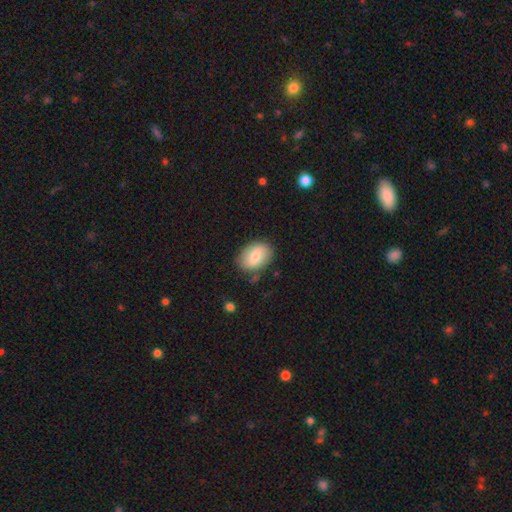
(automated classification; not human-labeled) smooth-or-featured: smooth: 74% | featured or disk: 19% | star or artifact: 7%
  how-rounded: in between: 79% | round: 19% | cigar-shaped: 1%
  merging: none: 79% | minor disturbance: 15% | major disturbance: 4% | merger: 2%